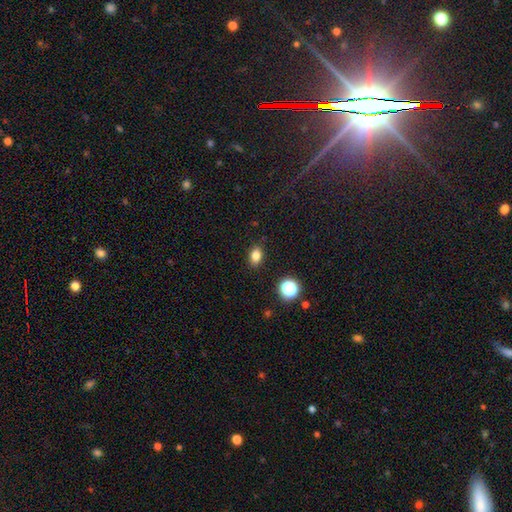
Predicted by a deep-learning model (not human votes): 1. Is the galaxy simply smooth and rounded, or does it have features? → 82% smooth, 12% star or artifact, 6% featured or disk.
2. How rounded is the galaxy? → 78% in between, 20% round, 2% cigar-shaped.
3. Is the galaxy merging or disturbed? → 88% none, 8% minor disturbance, 2% major disturbance, 1% merger.